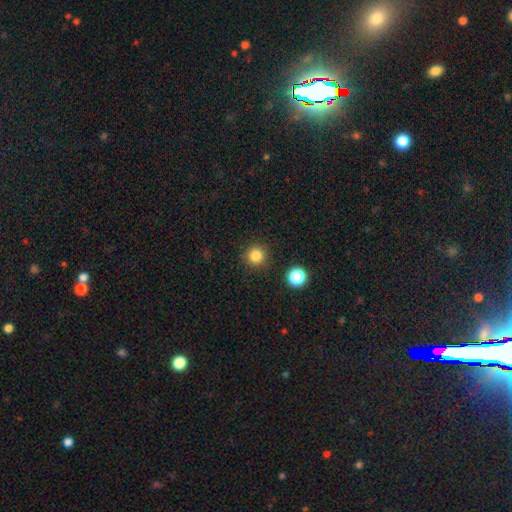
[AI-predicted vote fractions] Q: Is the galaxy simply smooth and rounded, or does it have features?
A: smooth — 82%.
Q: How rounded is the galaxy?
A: round — 95%.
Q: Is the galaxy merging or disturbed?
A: none — 91%.